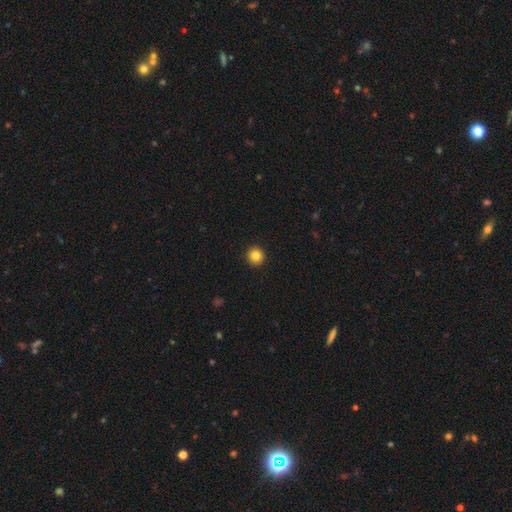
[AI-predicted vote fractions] A smooth galaxy with no disk features (84%) that is round (95%). Merging: none (93%).